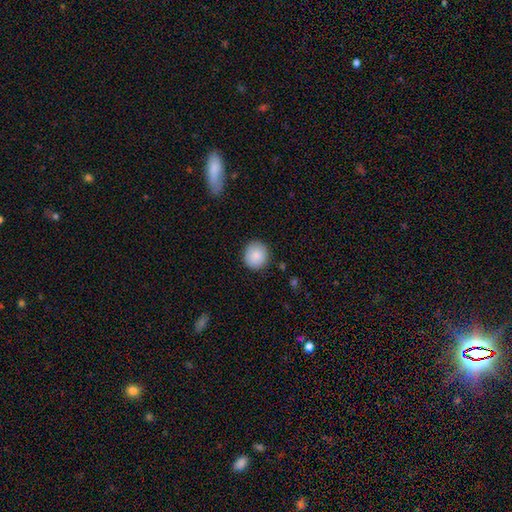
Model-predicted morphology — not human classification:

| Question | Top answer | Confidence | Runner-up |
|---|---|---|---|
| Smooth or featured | smooth | 87% | star or artifact (7%) |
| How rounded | round | 88% | in between (11%) |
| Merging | none | 87% | minor disturbance (9%) |